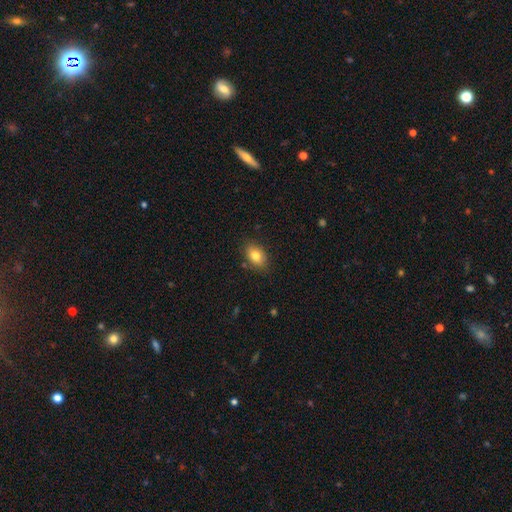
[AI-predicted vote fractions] Morphology: type=smooth (79%); roundness=in between (85%); merging=none (83%).